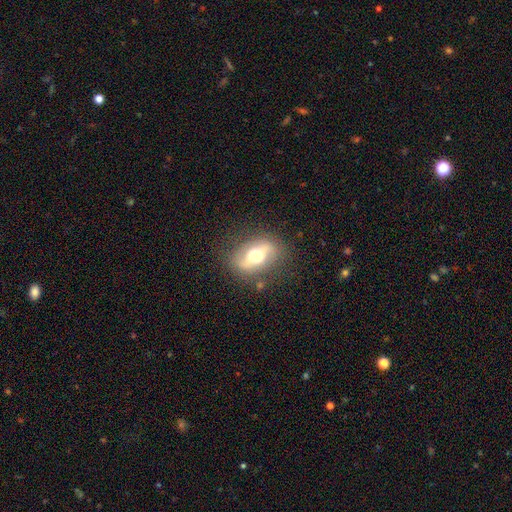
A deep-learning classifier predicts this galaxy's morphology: type=featured or disk (57%); edge-on=no (81%); merging=none (78%).